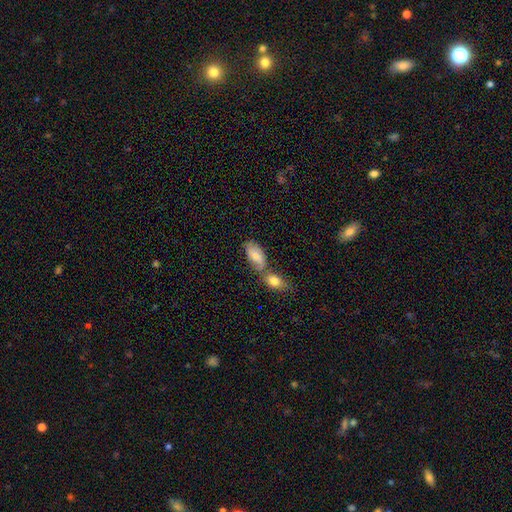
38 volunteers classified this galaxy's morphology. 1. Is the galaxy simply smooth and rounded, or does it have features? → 66% smooth, 26% featured or disk, 8% star or artifact.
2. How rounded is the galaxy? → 100% in between, 0% round, 0% cigar-shaped.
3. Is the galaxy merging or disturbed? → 60% merger, 20% none, 20% minor disturbance, 0% major disturbance.